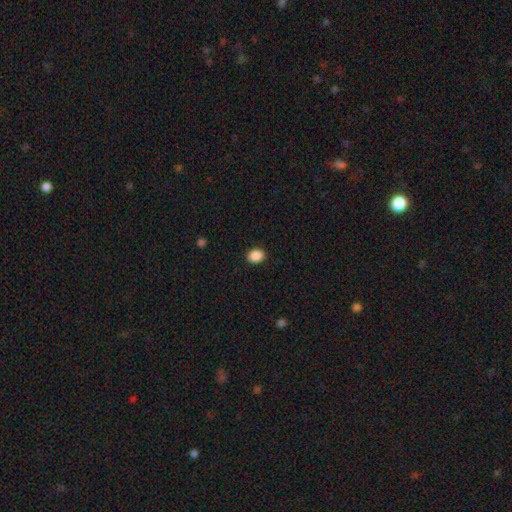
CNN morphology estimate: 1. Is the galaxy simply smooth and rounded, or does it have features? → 89% smooth, 9% star or artifact, 2% featured or disk.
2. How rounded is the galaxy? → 54% in between, 45% round, 1% cigar-shaped.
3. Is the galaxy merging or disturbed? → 90% none, 7% minor disturbance, 2% major disturbance, 1% merger.